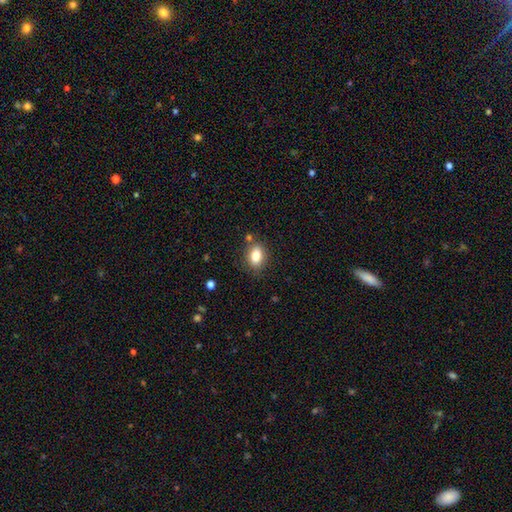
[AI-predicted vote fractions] Smooth or featured: smooth — 81% (featured or disk — 10%)
How rounded: in between — 79% (round — 19%)
Merging: none — 80% (minor disturbance — 12%)